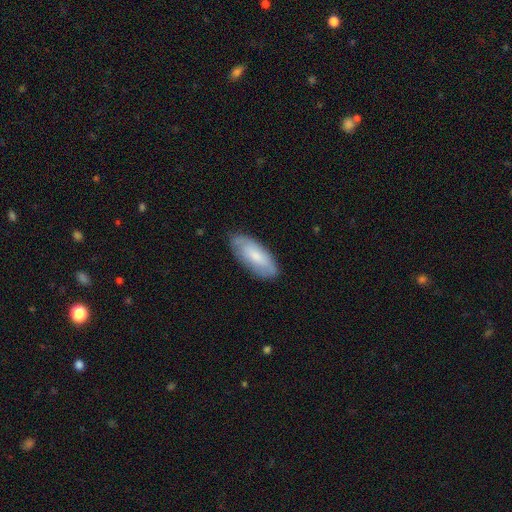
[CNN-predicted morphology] This appears to be a smooth galaxy with no disk features (63%) that is in between round and cigar-shaped (80%). Merging: none (78%).